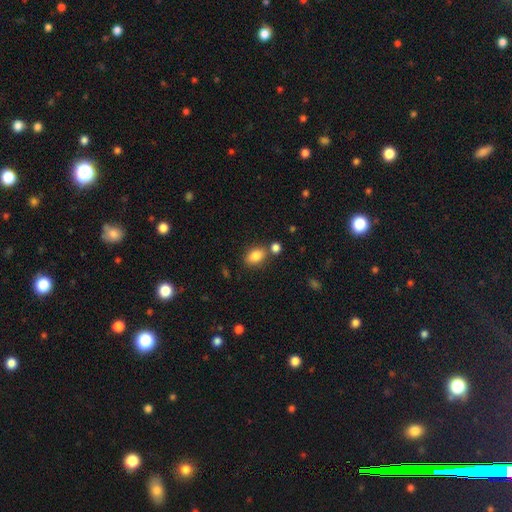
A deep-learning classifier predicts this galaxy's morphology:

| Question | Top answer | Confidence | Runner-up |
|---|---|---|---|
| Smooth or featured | smooth | 85% | star or artifact (9%) |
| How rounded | in between | 83% | round (15%) |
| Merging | none | 68% | merger (16%) |